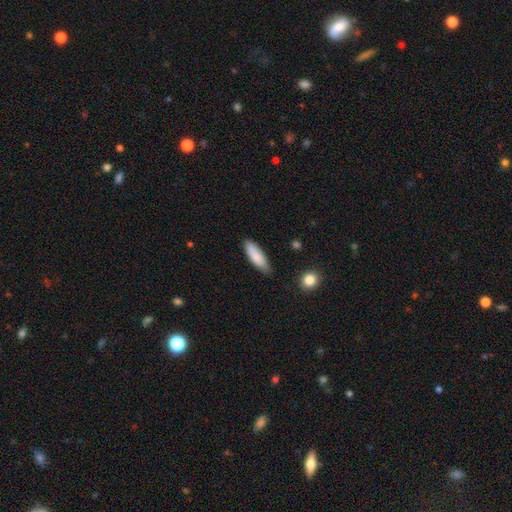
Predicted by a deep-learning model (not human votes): smooth_or_featured: smooth (p=0.86) [alt: featured or disk p=0.08]
how_rounded: in between (p=0.52) [alt: cigar-shaped p=0.47]
merging: none (p=0.77) [alt: minor disturbance p=0.18]